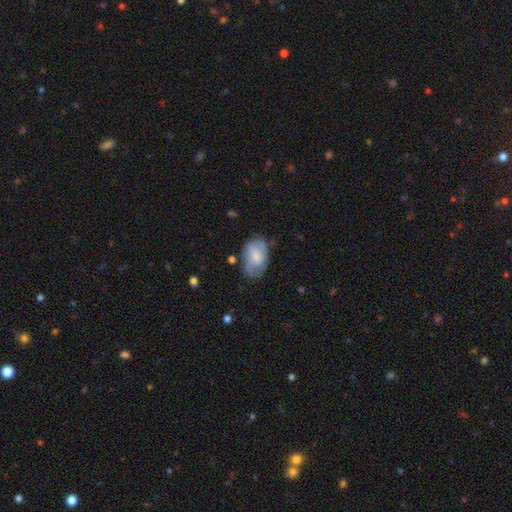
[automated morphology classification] smooth-or-featured: smooth: 56% | featured or disk: 37% | star or artifact: 7%
  how-rounded: in between: 86% | round: 12% | cigar-shaped: 1%
  merging: none: 58% | minor disturbance: 28% | major disturbance: 11% | merger: 3%